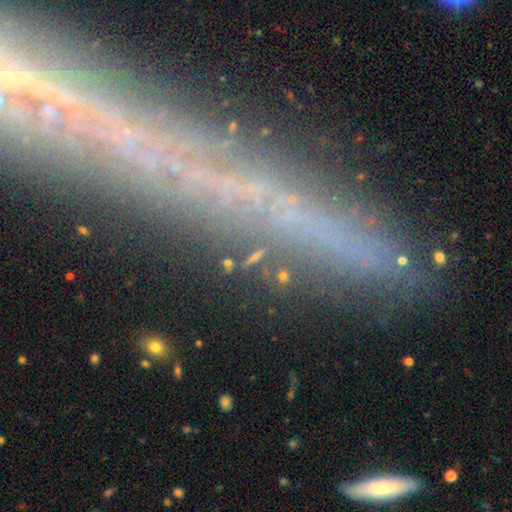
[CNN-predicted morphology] A star or artifact, not a galaxy (46%).

Vote fractions:
- Smooth or featured? star or artifact: 46% / featured or disk: 30% / smooth: 23%